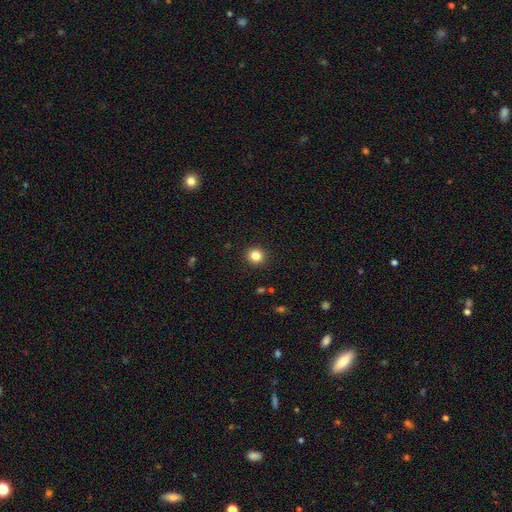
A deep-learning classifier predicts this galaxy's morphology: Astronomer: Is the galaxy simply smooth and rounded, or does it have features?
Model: smooth — 84%.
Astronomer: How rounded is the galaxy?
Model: round — 93%.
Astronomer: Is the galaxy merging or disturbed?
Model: none — 93%.